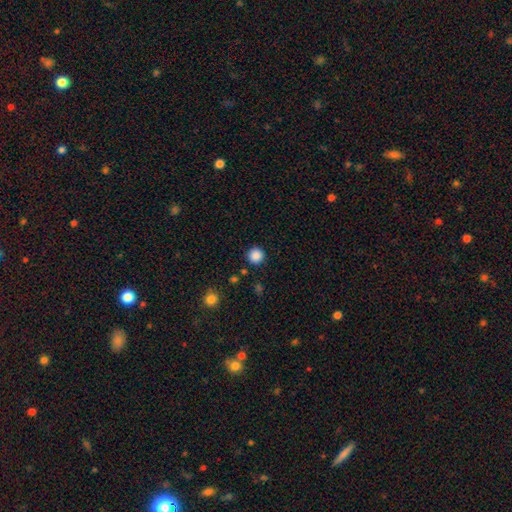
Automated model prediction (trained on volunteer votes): This appears to be a smooth galaxy with no disk features (87%) that is round (96%). Merging: none (90%).